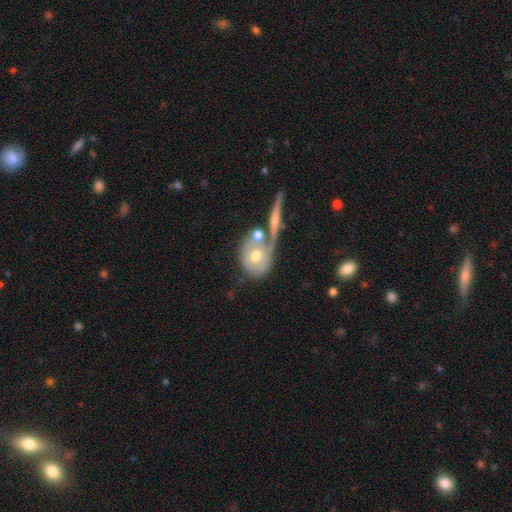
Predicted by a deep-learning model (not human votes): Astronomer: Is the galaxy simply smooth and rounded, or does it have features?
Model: featured or disk — 52% (runner-up: smooth, 41%).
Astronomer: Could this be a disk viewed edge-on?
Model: no — 80%.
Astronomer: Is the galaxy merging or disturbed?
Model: merger — 43% (runner-up: none, 32%).